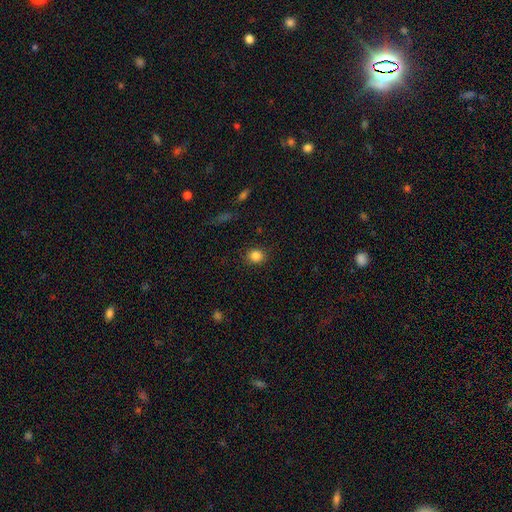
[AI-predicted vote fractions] Overall: smooth (83%). How rounded: round (77%). Merging: none (88%).